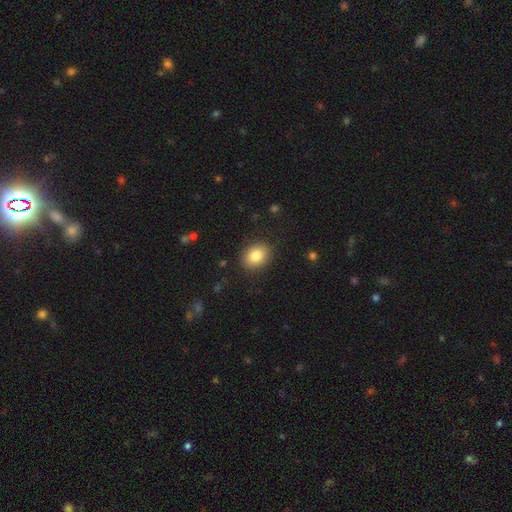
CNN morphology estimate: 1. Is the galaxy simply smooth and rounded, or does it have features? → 84% smooth, 9% star or artifact, 7% featured or disk.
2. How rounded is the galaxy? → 54% in between, 45% round, 1% cigar-shaped.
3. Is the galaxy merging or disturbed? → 88% none, 9% minor disturbance, 3% major disturbance, 1% merger.